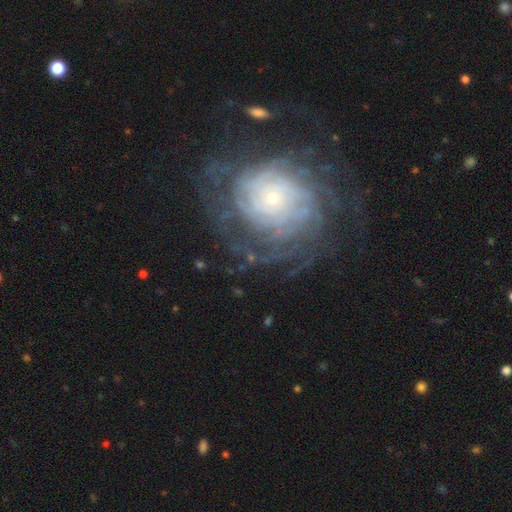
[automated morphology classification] Q: Smooth or featured?
A: featured or disk (76%); runner-up: smooth (14%)
Q: Edge-on disk?
A: no (97%); runner-up: yes (3%)
Q: Bar?
A: no (80%); runner-up: weak (16%)
Q: Spiral arms?
A: yes (89%); runner-up: no (11%)
Q: Spiral winding?
A: tight (71%); runner-up: medium (21%)
Q: Spiral arm count?
A: can't tell (45%); runner-up: more than 4 (18%)
Q: Bulge size?
A: small (72%); runner-up: moderate (16%)
Q: Merging?
A: none (71%); runner-up: minor disturbance (14%)